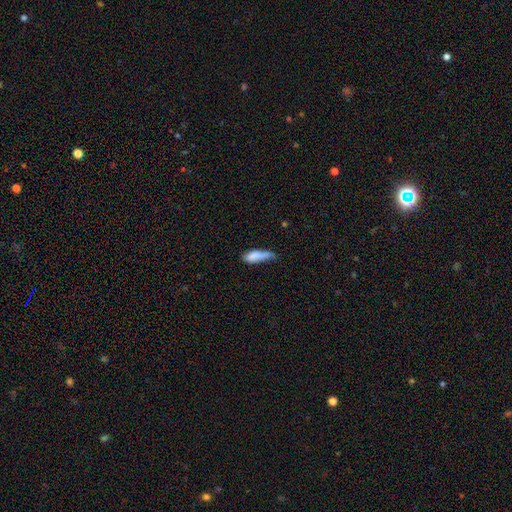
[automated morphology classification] Smooth or featured? Predicted: smooth (p=0.78). How rounded? Predicted: cigar-shaped (p=0.52). Merging? Predicted: minor disturbance (p=0.40).